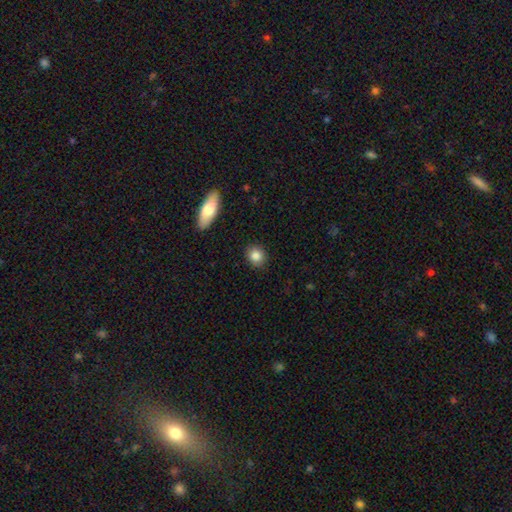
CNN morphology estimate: smooth_or_featured: smooth (p=0.84) [alt: star or artifact p=0.09]
how_rounded: round (p=0.67) [alt: in between p=0.32]
merging: none (p=0.89) [alt: minor disturbance p=0.07]